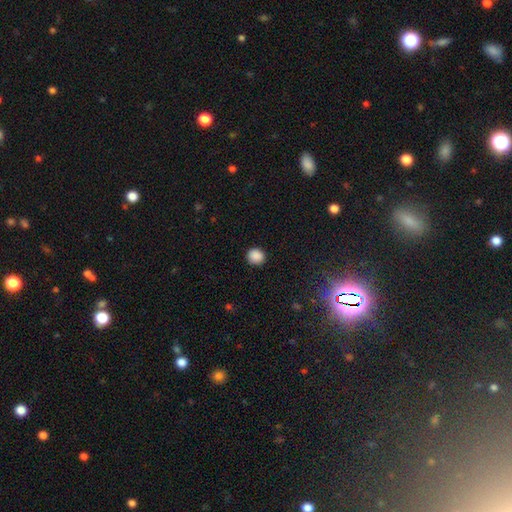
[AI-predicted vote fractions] This appears to be a smooth galaxy with no disk features (88%) that is round (82%). Merging: none (90%).